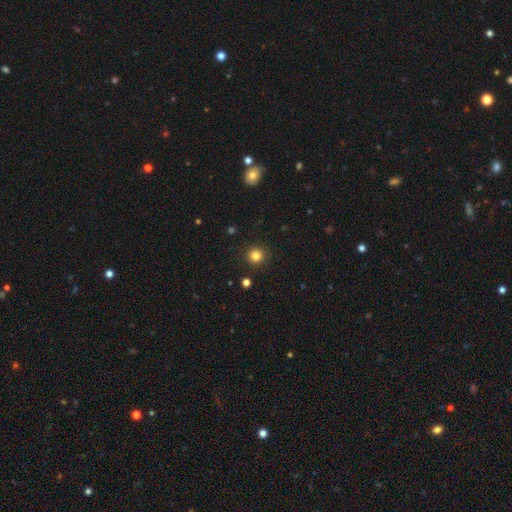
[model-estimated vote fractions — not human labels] The model was most divided on "smooth or featured": smooth: 82%, star or artifact: 13%, featured or disk: 5%. More confident: how rounded — round (93%); merging — none (91%).